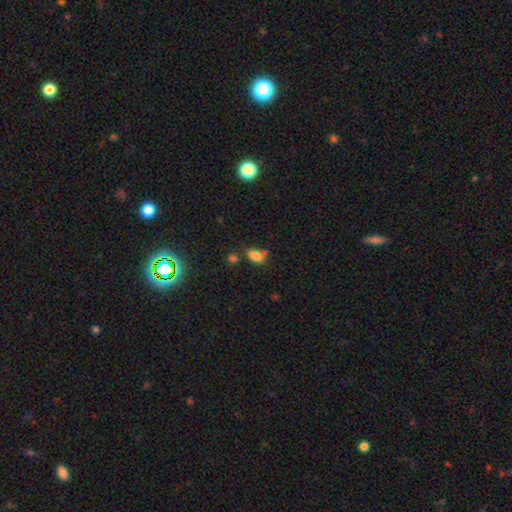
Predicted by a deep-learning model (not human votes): Smooth or featured: smooth — 82% (star or artifact — 12%)
How rounded: in between — 87% (round — 11%)
Merging: none — 61% (merger — 18%)